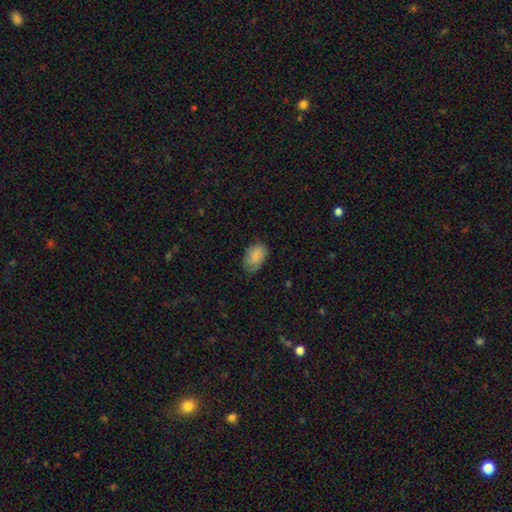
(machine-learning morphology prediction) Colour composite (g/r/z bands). It shows a smooth galaxy with no disk features (85%) that is in between round and cigar-shaped (88%). Merging: none (73%).